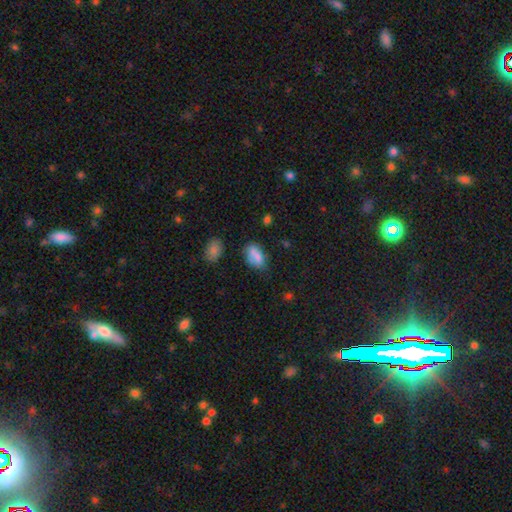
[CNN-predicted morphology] The model was most divided on "merging": none: 55%, minor disturbance: 25%, merger: 11%, major disturbance: 8%. More confident: how rounded — in between (89%); smooth or featured — smooth (79%).